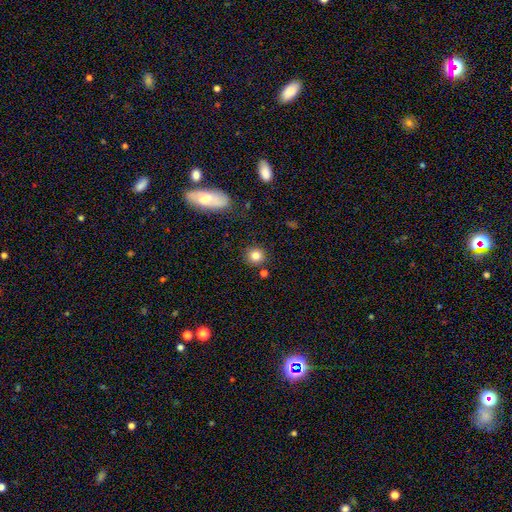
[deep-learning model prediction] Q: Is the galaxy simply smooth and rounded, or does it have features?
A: smooth — 81%.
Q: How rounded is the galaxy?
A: round — 90%.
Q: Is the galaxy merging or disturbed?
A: none — 84%.